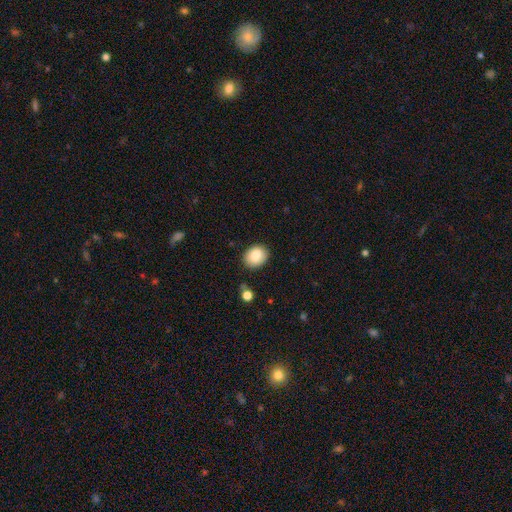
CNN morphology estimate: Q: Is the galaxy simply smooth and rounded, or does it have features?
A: smooth — 84%.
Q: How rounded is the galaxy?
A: in between — 54%.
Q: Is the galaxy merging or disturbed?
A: none — 81%.